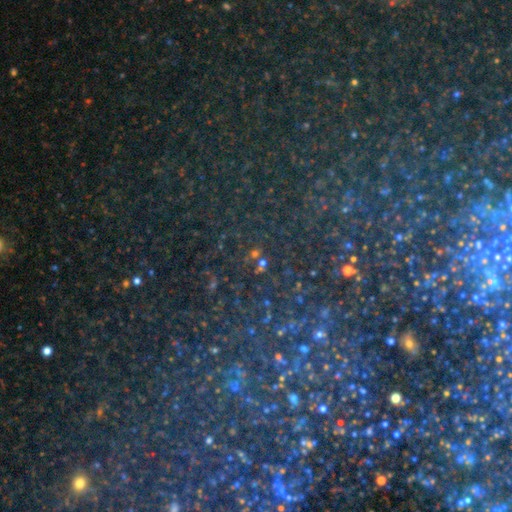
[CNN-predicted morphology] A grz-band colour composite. It shows a star or artifact, not a galaxy (80%).